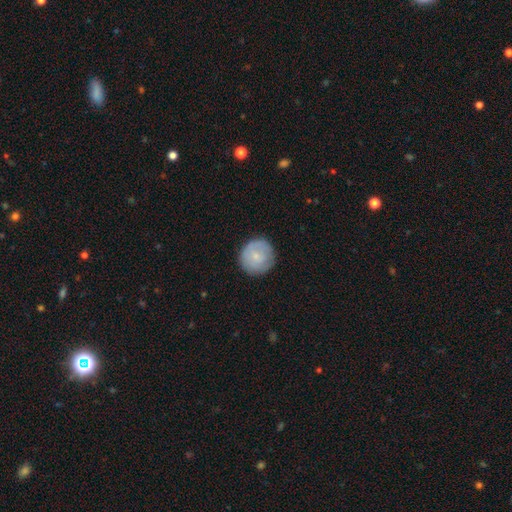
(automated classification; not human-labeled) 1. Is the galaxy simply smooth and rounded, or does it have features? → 71% smooth, 23% featured or disk, 6% star or artifact.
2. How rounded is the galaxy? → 94% round, 5% in between, 1% cigar-shaped.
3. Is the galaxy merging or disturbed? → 84% none, 11% minor disturbance, 3% major disturbance, 1% merger.